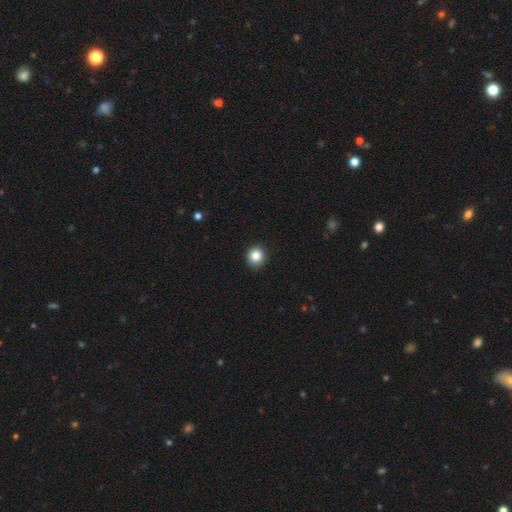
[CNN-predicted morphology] Smooth or featured: smooth — 85% (star or artifact — 10%)
How rounded: round — 87% (in between — 12%)
Merging: none — 90% (minor disturbance — 7%)